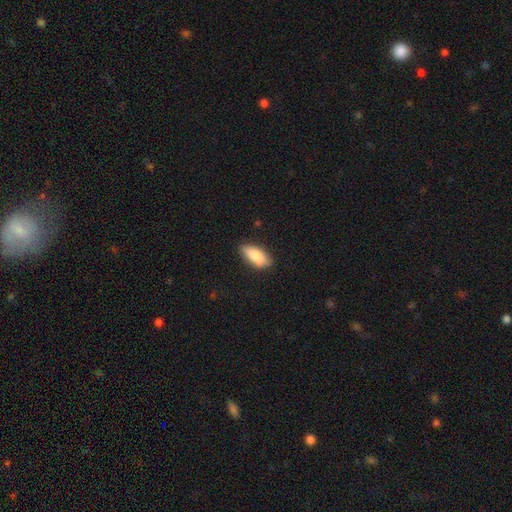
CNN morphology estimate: This appears to be a smooth galaxy with no disk features (83%) that is in between round and cigar-shaped (84%). Merging: none (83%).